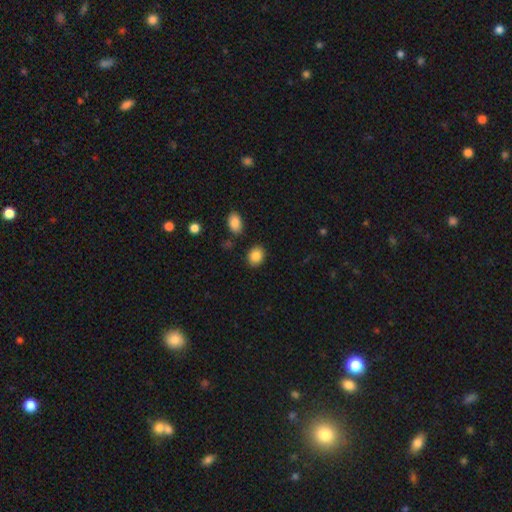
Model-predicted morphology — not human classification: smooth-or-featured: smooth: 87% | star or artifact: 8% | featured or disk: 5%
  how-rounded: in between: 55% | round: 44% | cigar-shaped: 1%
  merging: none: 86% | minor disturbance: 9% | merger: 3% | major disturbance: 3%